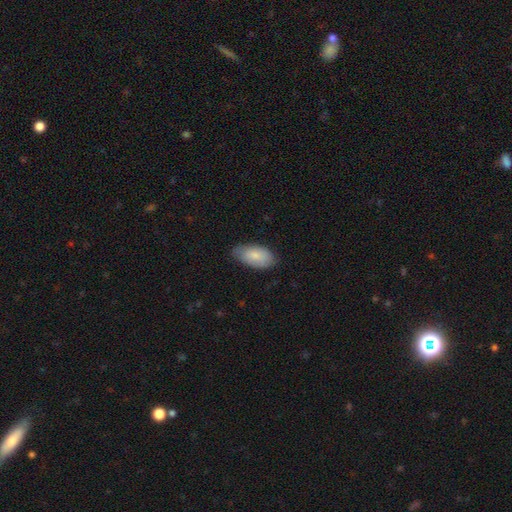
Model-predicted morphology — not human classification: A smooth galaxy with no disk features (82%) that is in between round and cigar-shaped (94%). Merging: none (73%).